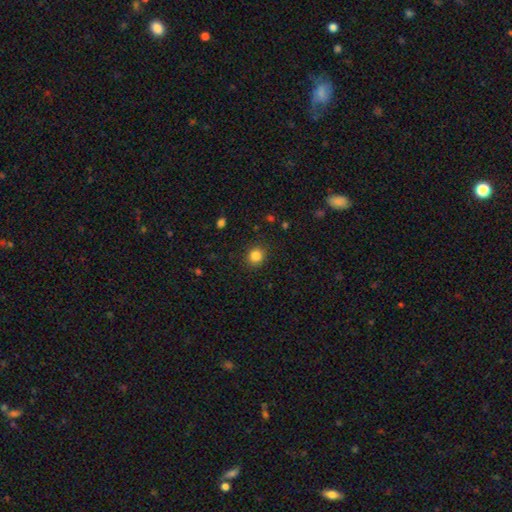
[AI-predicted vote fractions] smooth 85%, star or artifact 11%, featured or disk 4%. Down the decision tree: how rounded — round (86%); merging — none (88%).